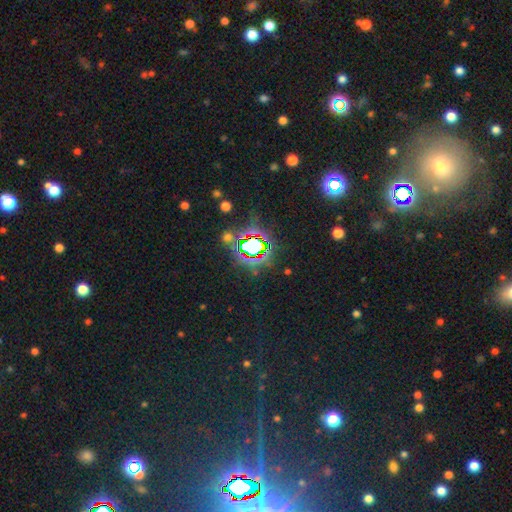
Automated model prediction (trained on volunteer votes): This is clearly a star or artifact rather than a galaxy (80%).